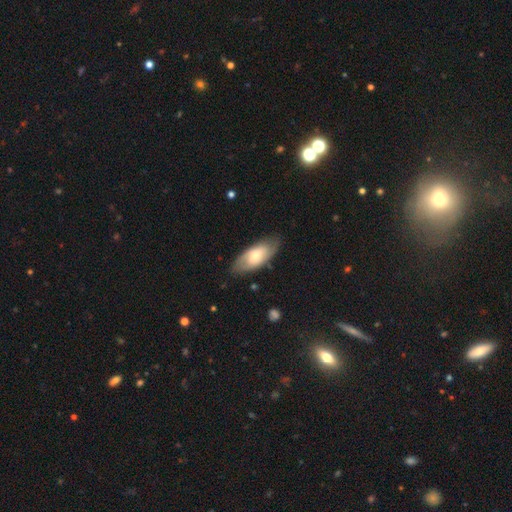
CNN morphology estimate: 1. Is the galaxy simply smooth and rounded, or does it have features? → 52% smooth, 42% featured or disk, 6% star or artifact.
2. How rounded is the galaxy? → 86% in between, 11% cigar-shaped, 3% round.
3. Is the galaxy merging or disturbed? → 79% none, 16% minor disturbance, 4% major disturbance, 1% merger.